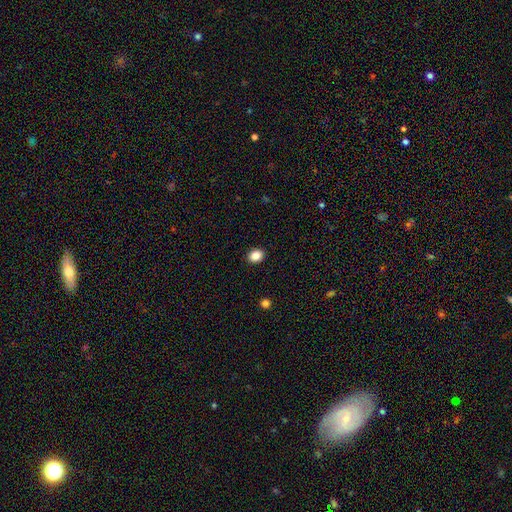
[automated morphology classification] smooth_or_featured: smooth (p=0.86) [alt: star or artifact p=0.10]
how_rounded: in between (p=0.51) [alt: round p=0.48]
merging: none (p=0.91) [alt: minor disturbance p=0.06]